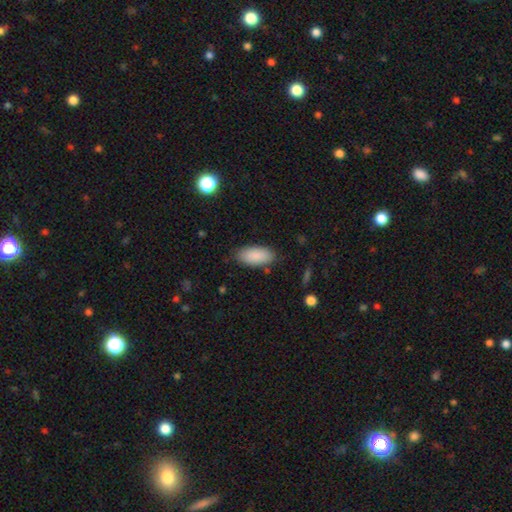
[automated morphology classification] Smooth or featured: smooth — 89% (star or artifact — 6%)
How rounded: in between — 91% (cigar-shaped — 7%)
Merging: none — 82% (minor disturbance — 13%)